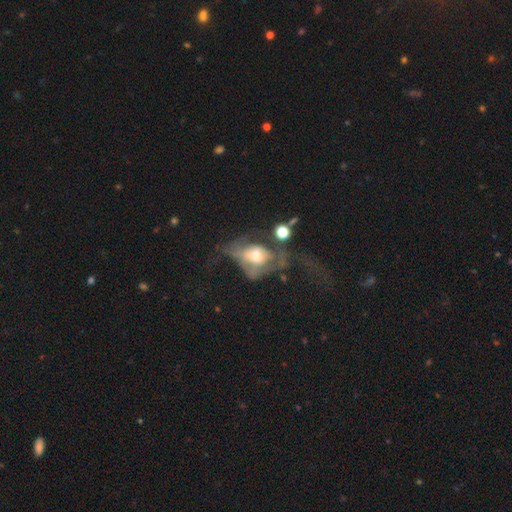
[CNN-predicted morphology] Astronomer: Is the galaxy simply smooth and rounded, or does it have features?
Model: featured or disk — 53% (runner-up: smooth, 38%).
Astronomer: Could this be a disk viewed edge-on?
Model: no — 92%.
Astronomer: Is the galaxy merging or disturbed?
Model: major disturbance — 55%.